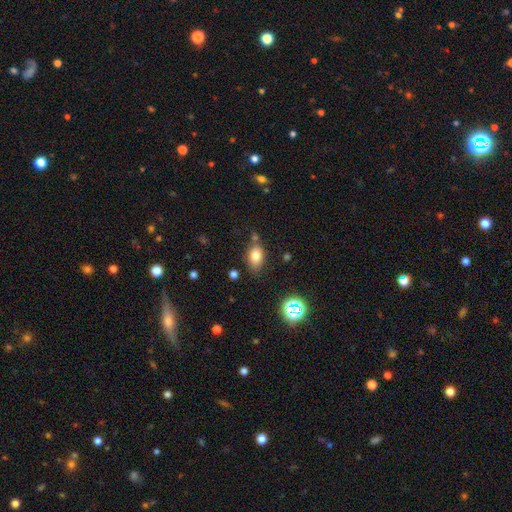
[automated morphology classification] Q: Smooth or featured?
A: smooth (78%); runner-up: star or artifact (12%)
Q: How rounded?
A: in between (83%); runner-up: round (15%)
Q: Merging?
A: none (69%); runner-up: minor disturbance (18%)